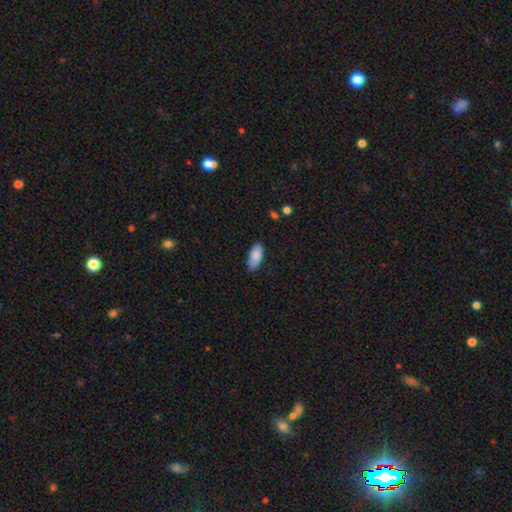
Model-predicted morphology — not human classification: The model was most divided on "merging": none: 82%, minor disturbance: 14%, major disturbance: 2%, merger: 1%. More confident: how rounded — in between (89%); smooth or featured — smooth (86%).